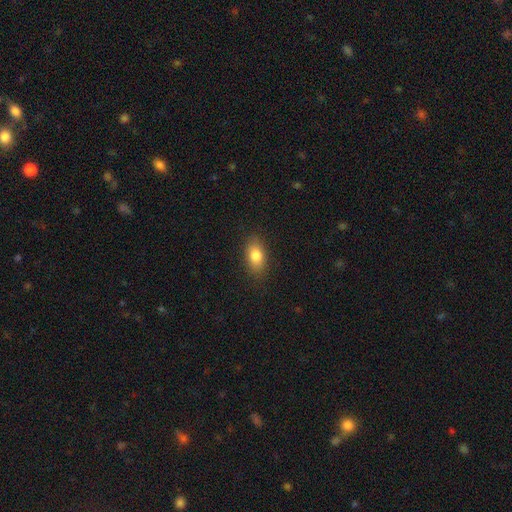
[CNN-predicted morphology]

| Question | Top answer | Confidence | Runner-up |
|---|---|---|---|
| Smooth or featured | smooth | 82% | featured or disk (9%) |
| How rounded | in between | 87% | round (10%) |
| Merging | none | 86% | minor disturbance (11%) |